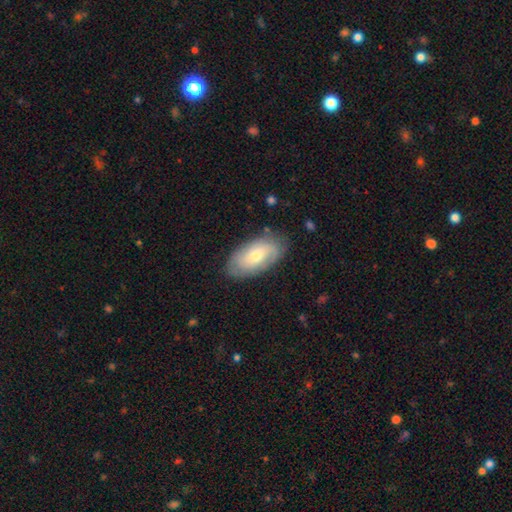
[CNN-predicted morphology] The model was most divided on "smooth or featured": smooth: 52%, featured or disk: 42%, star or artifact: 6%. More confident: how rounded — in between (93%); merging — none (80%).